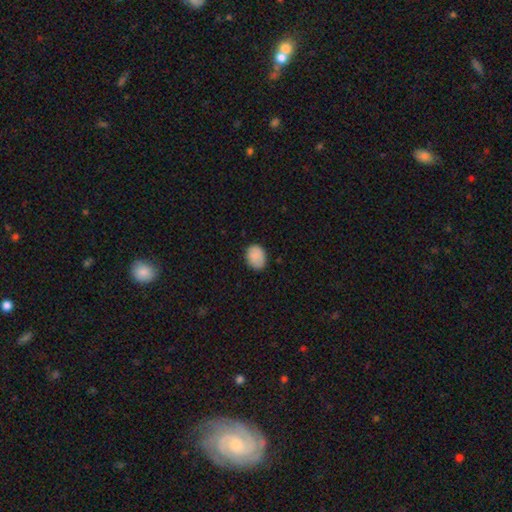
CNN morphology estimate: type=smooth (87%); roundness=in between (60%); merging=none (82%).